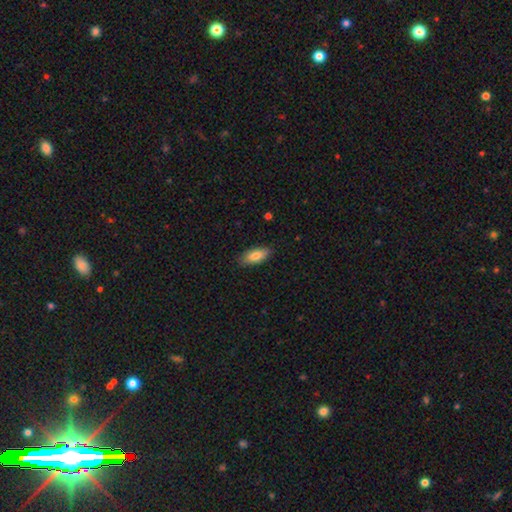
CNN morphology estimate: smooth-or-featured: smooth: 83% | featured or disk: 11% | star or artifact: 6%
  how-rounded: in between: 85% | cigar-shaped: 13% | round: 2%
  merging: none: 84% | minor disturbance: 13% | major disturbance: 2% | merger: 1%